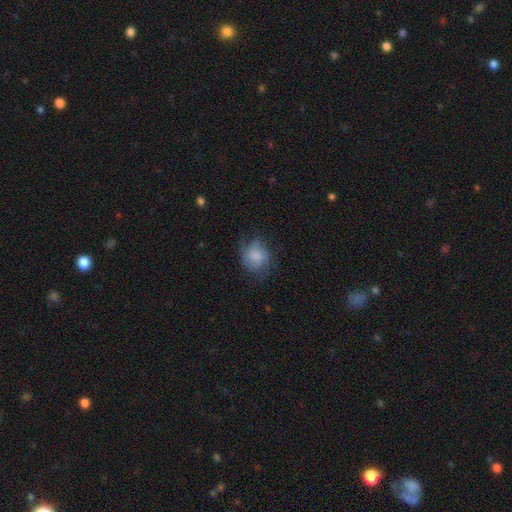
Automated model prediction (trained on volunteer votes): Morphology: type=smooth (66%); roundness=round (63%); merging=none (53%).